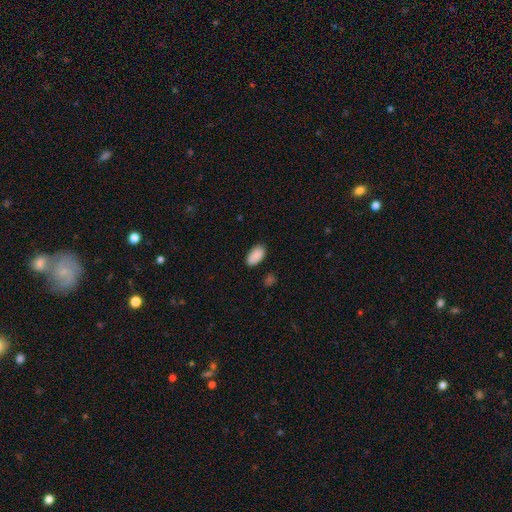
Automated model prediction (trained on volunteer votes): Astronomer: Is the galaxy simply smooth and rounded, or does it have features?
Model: smooth — 90%.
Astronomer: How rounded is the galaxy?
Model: in between — 95%.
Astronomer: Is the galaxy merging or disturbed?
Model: none — 85%.